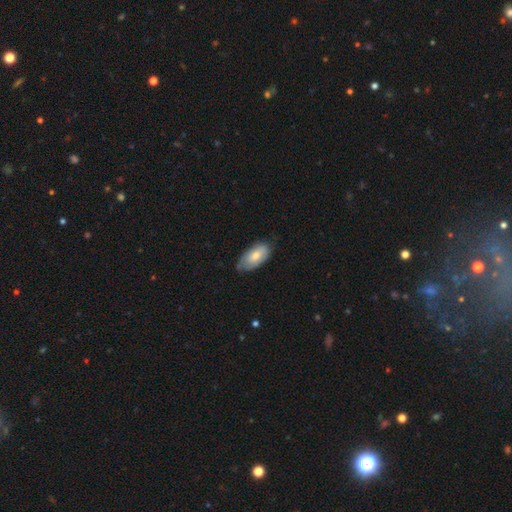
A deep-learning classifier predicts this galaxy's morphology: This appears to be a smooth galaxy with no disk features (72%) that is in between round and cigar-shaped (94%). Merging: none (63%).